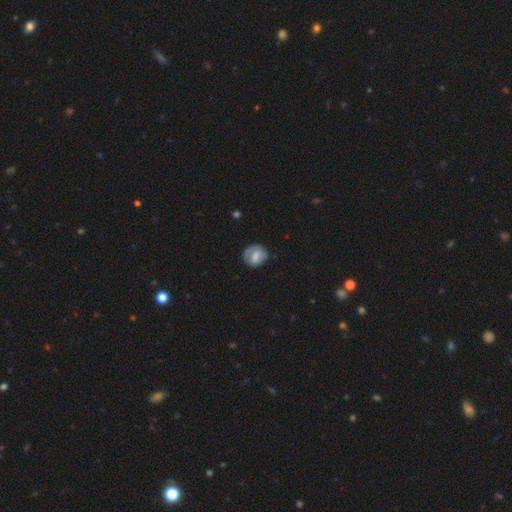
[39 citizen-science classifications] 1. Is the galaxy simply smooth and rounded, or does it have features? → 56% smooth, 33% featured or disk, 10% star or artifact.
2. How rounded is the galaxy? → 68% round, 27% in between, 5% cigar-shaped.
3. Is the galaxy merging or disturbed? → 63% none, 29% minor disturbance, 6% major disturbance, 3% merger.